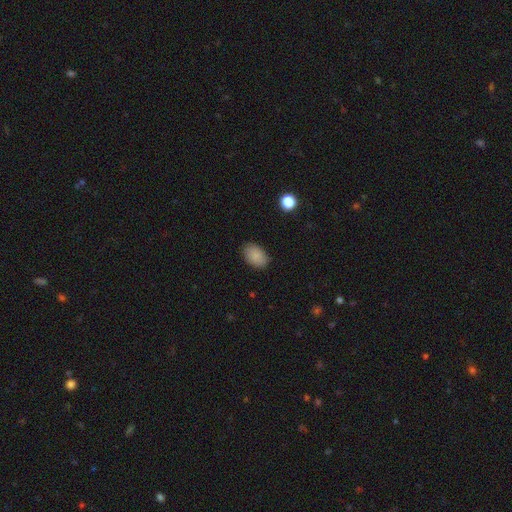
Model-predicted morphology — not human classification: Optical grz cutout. It shows a smooth galaxy with no disk features (87%) that is in between round and cigar-shaped (88%). Merging: none (85%).